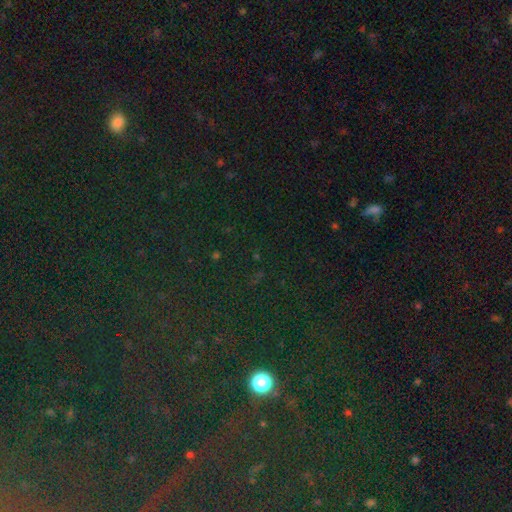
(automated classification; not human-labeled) Smooth or featured: star or artifact — 79% (smooth — 14%)